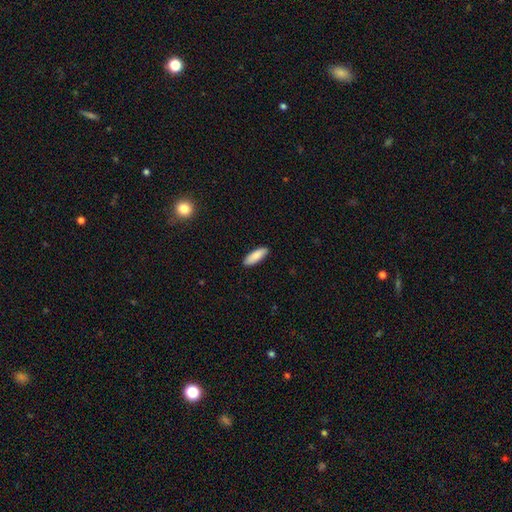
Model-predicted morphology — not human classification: Smooth or featured? Predicted: smooth (p=0.88). How rounded? Predicted: in between (p=0.60). Merging? Predicted: none (p=0.90).